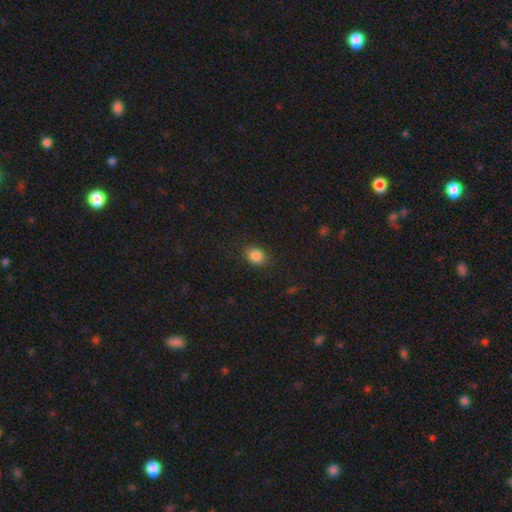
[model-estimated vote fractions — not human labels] smooth-or-featured: smooth: 85% | star or artifact: 10% | featured or disk: 5%
  how-rounded: in between: 56% | round: 42% | cigar-shaped: 1%
  merging: none: 84% | minor disturbance: 12% | major disturbance: 4% | merger: 1%